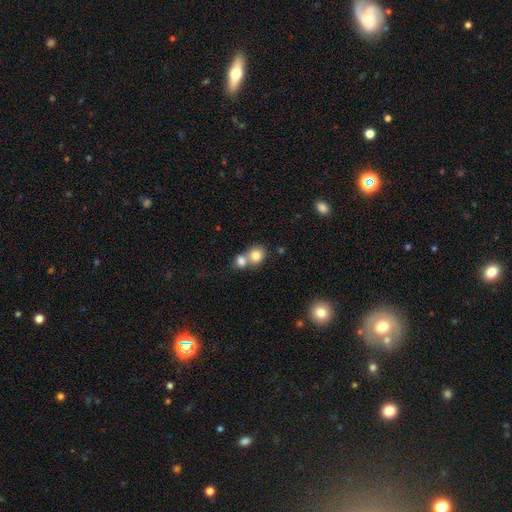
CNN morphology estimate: Overall: smooth (80%). How rounded: round (73%). Merging: merger (57%; none 34%).